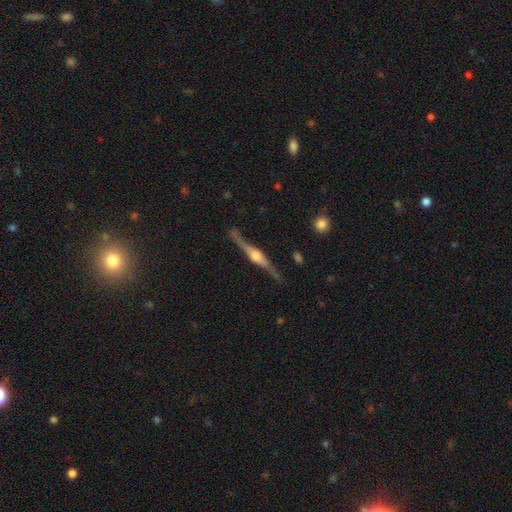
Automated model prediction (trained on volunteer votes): smooth_or_featured: featured or disk (p=0.86) [alt: smooth p=0.09]
disk_edge_on: yes (p=0.96) [alt: no p=0.04]
edge_on_bulge: rounded (p=0.90) [alt: boxy p=0.08]
merging: none (p=0.81) [alt: minor disturbance p=0.14]